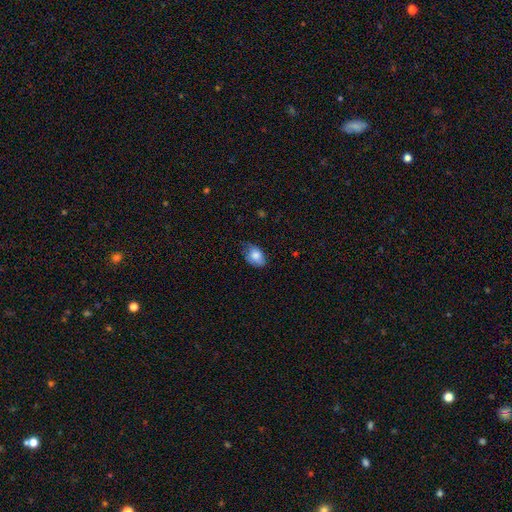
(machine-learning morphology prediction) smooth 79%, featured or disk 14%, star or artifact 8%. Down the decision tree: how rounded — in between (84%); merging — none (55%).